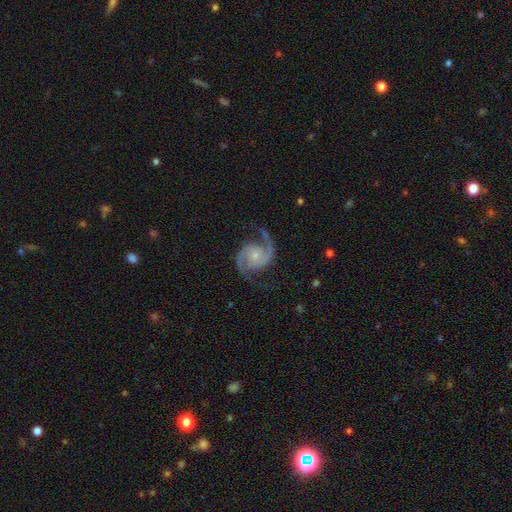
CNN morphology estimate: type=featured or disk (93%); edge-on=no (98%); bar=no (70%); spiral arms=yes (98%); winding=medium (60%); arm count=2 (95%); bulge=small (59%); merging=none (81%).